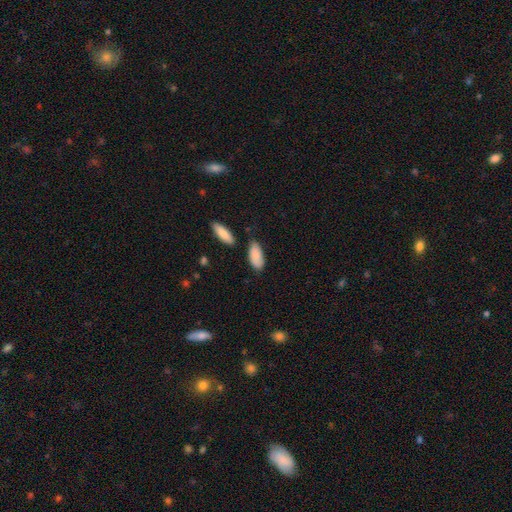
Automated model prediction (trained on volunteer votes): A smooth galaxy with no disk features (88%) that is in between round and cigar-shaped (87%). Merging: none (71%).